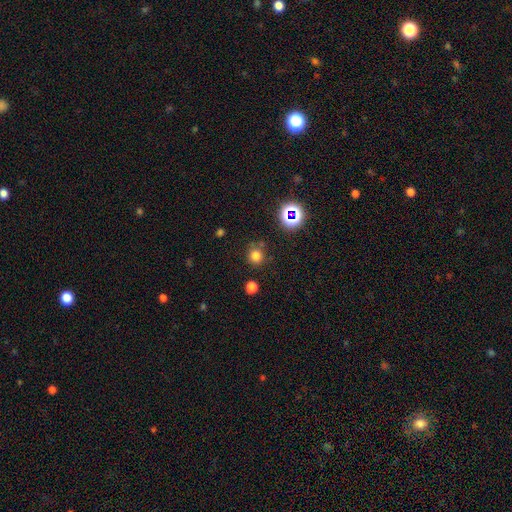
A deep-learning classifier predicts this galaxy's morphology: smooth_or_featured: smooth (p=0.74) [alt: star or artifact p=0.20]
how_rounded: round (p=0.90) [alt: in between p=0.09]
merging: none (p=0.77) [alt: minor disturbance p=0.12]